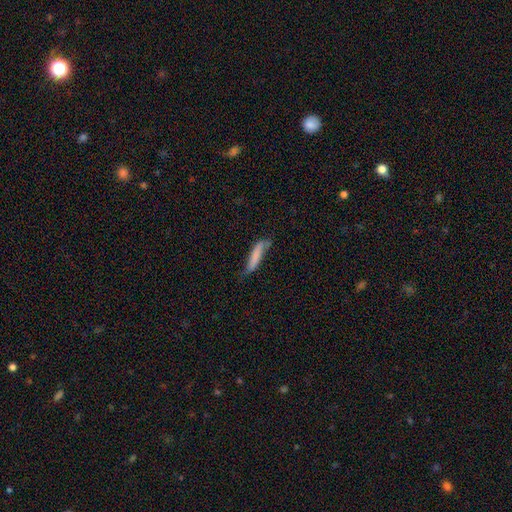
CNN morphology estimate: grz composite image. It shows a smooth galaxy with no disk features (76%) that is cigar-shaped (85%). Merging: none (50%).